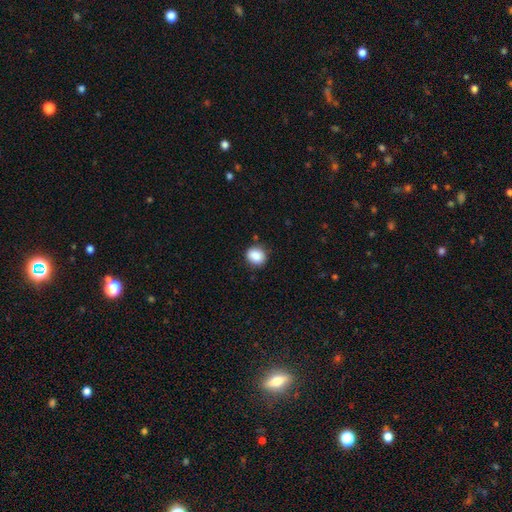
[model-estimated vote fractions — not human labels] Q: Smooth or featured?
A: smooth (88%); runner-up: star or artifact (9%)
Q: How rounded?
A: round (72%); runner-up: in between (27%)
Q: Merging?
A: none (84%); runner-up: minor disturbance (12%)